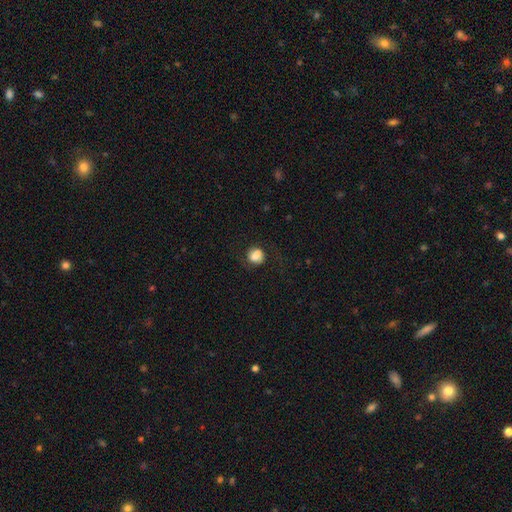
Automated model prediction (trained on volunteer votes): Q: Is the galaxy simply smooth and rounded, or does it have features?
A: smooth — 76%.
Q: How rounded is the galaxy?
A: round — 73%.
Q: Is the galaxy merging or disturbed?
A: none — 66%.